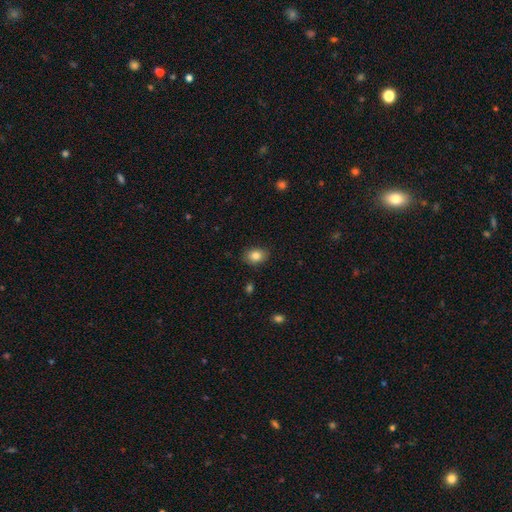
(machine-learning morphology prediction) smooth 84%, star or artifact 9%, featured or disk 7%. Down the decision tree: how rounded — in between (65%); merging — none (86%).